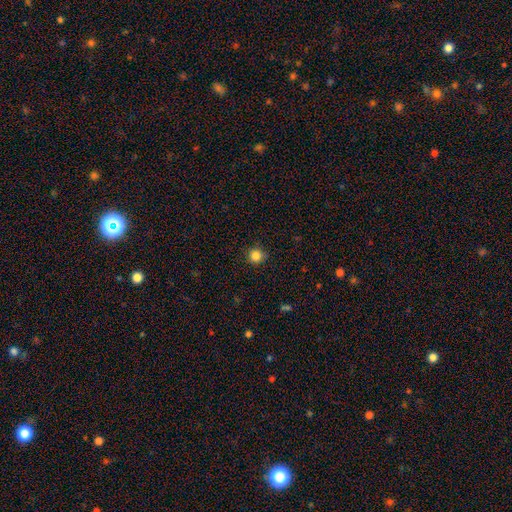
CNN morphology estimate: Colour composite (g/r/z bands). It shows a smooth galaxy with no disk features (85%) that is round (94%). Merging: none (89%).